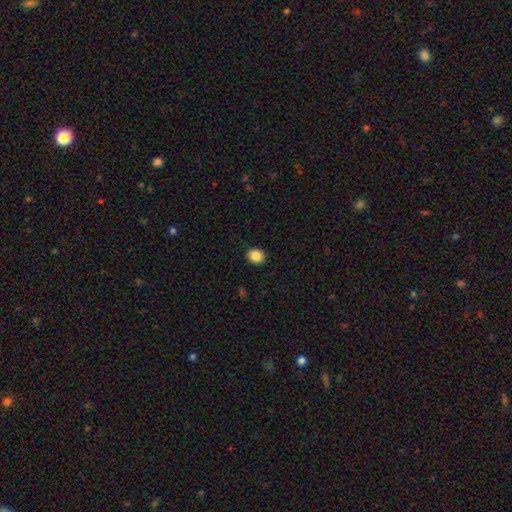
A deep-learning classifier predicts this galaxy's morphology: smooth_or_featured: smooth (p=0.86) [alt: star or artifact p=0.09]
how_rounded: round (p=0.68) [alt: in between p=0.31]
merging: none (p=0.89) [alt: minor disturbance p=0.08]